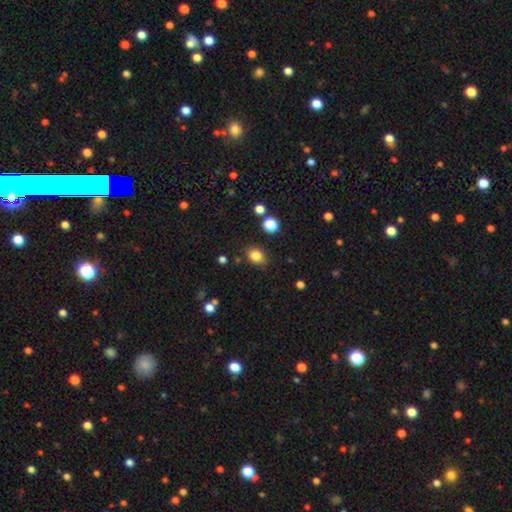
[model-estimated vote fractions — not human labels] A smooth galaxy with no disk features (83%) that is in between round and cigar-shaped (53%). Merging: none (83%).